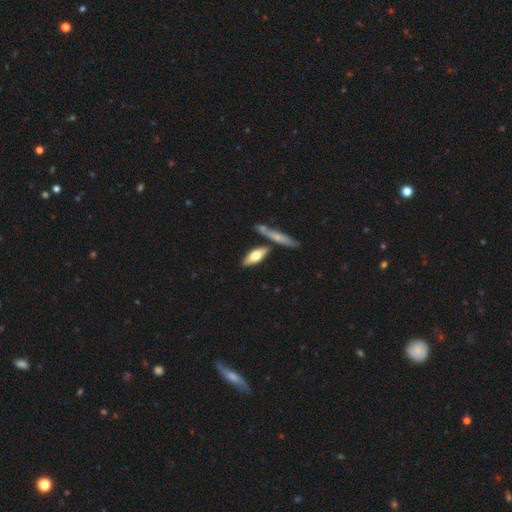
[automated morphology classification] smooth 64%, featured or disk 31%, star or artifact 6%. Down the decision tree: how rounded — in between (60%); merging — none (66%).